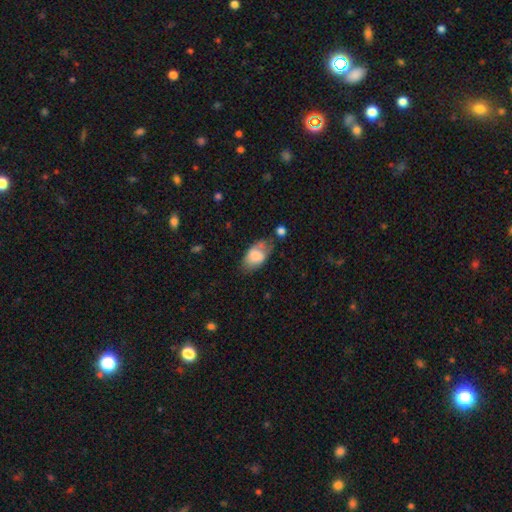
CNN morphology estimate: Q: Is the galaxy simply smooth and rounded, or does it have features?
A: smooth — 74%.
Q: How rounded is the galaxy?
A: in between — 92%.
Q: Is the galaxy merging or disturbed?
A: none — 50%.